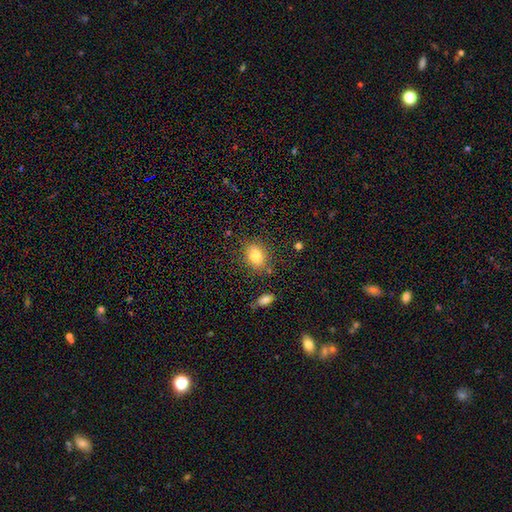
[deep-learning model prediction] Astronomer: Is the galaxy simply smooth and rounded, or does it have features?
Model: smooth — 82%.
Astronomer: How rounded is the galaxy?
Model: in between — 68%.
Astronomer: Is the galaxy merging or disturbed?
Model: none — 81%.